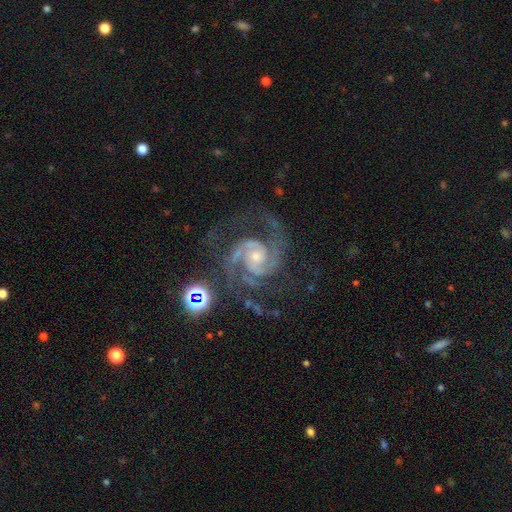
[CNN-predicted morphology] Overall: featured or disk (92%). Edge-on disk: no (98%). Bar: no (62%; weak 28%). Spiral arms: yes (99%). Spiral arm count: 2 (69%). Spiral winding: tight (48%; medium 47%). Bulge size: small (61%; moderate 33%). Merging: none (68%).